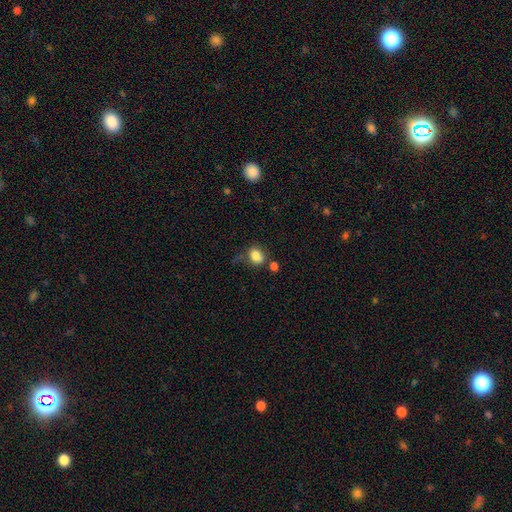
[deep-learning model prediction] Smooth or featured?
  - smooth: 83% *
  - star or artifact: 10%
  - featured or disk: 7%
How rounded?
  - in between: 62% *
  - round: 37%
  - cigar-shaped: 1%
Merging?
  - none: 58% *
  - minor disturbance: 20%
  - merger: 15%
  - major disturbance: 8%